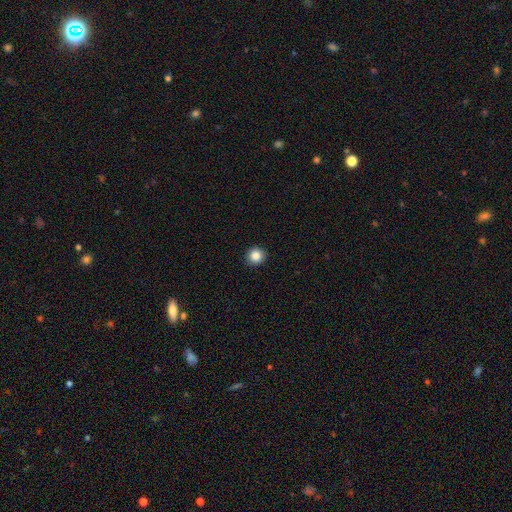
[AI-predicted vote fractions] Q: Smooth or featured?
A: smooth (86%); runner-up: star or artifact (10%)
Q: How rounded?
A: round (93%); runner-up: in between (6%)
Q: Merging?
A: none (93%); runner-up: minor disturbance (5%)